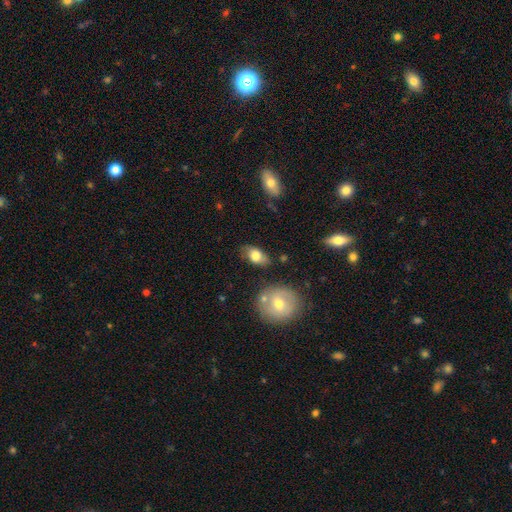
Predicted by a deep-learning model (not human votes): Smooth or featured: smooth — 74% (featured or disk — 18%)
How rounded: in between — 88% (round — 10%)
Merging: none — 70% (minor disturbance — 20%)